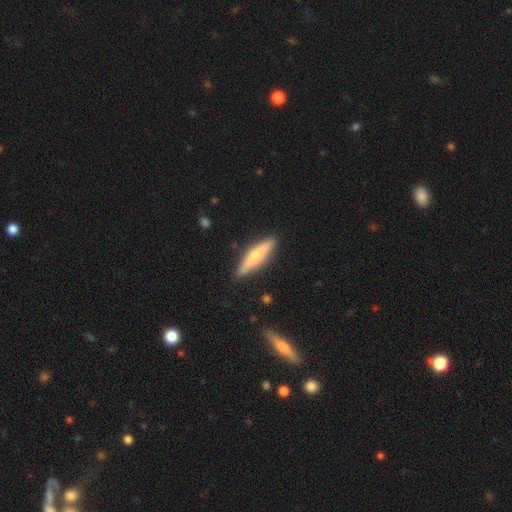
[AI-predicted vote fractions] Q: Smooth or featured?
A: smooth (50%); runner-up: featured or disk (44%)
Q: How rounded?
A: cigar-shaped (84%); runner-up: in between (14%)
Q: Merging?
A: none (89%); runner-up: minor disturbance (8%)